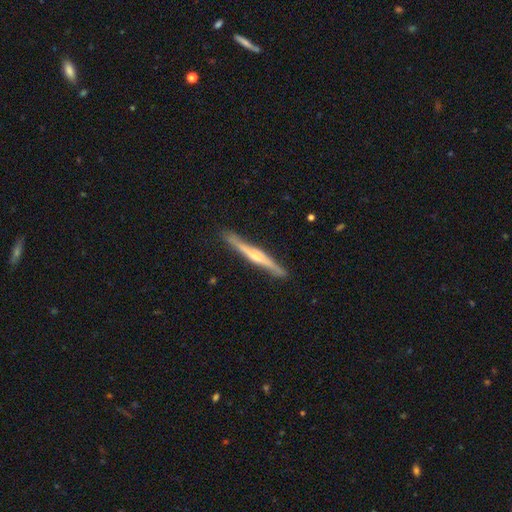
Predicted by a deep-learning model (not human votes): Smooth or featured? featured or disk (69%)
Edge-on disk? yes (96%)
Edge-on bulge? rounded (67%)
Merging? none (87%)